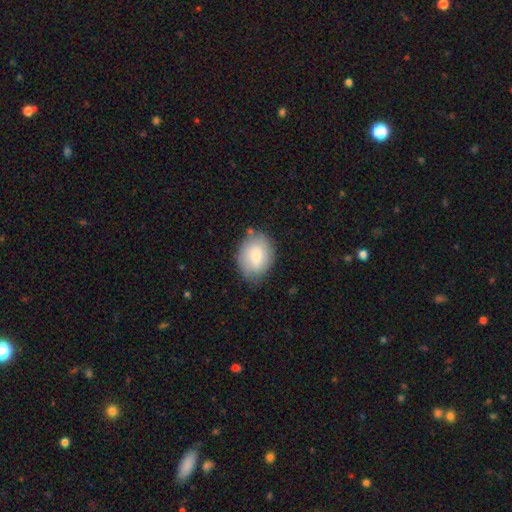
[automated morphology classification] Smooth or featured?
  - smooth: 78% *
  - featured or disk: 15%
  - star or artifact: 7%
How rounded?
  - in between: 64% *
  - round: 35%
  - cigar-shaped: 1%
Merging?
  - none: 71% *
  - minor disturbance: 22%
  - major disturbance: 5%
  - merger: 3%